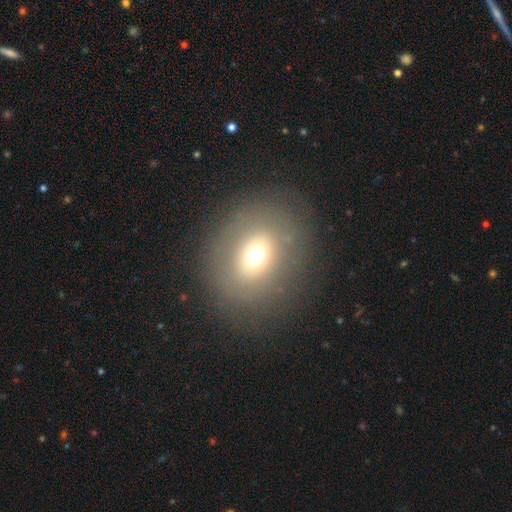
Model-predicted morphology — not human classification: This is likely a smooth galaxy (63%). How rounded: likely round (61%). Merging: clearly none (82%).